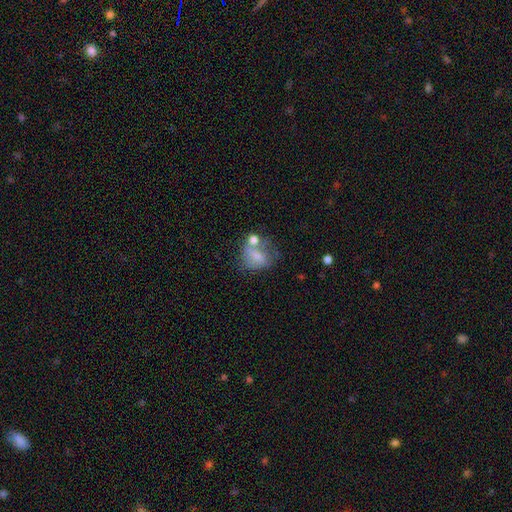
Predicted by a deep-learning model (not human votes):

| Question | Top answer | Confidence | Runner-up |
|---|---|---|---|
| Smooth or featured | smooth | 63% | featured or disk (26%) |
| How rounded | in between | 60% | round (38%) |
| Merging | merger | 36% | none (27%) |